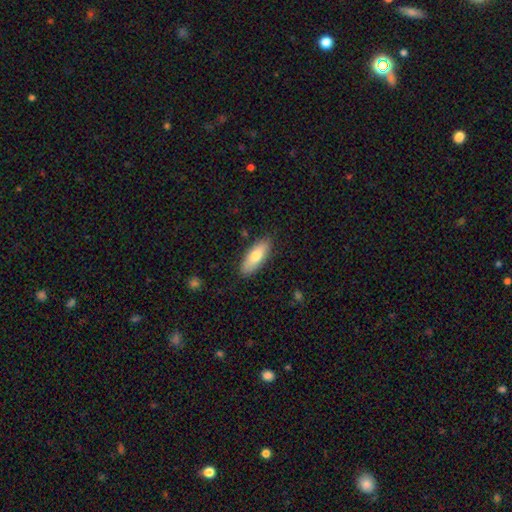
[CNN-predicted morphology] A smooth galaxy with no disk features (75%) that is in between round and cigar-shaped (69%).

Vote fractions:
- Smooth or featured? smooth: 75% / featured or disk: 19% / star or artifact: 6%
- How rounded? in between: 69% / cigar-shaped: 29% / round: 2%
- Merging? none: 85% / minor disturbance: 11% / major disturbance: 2% / merger: 1%